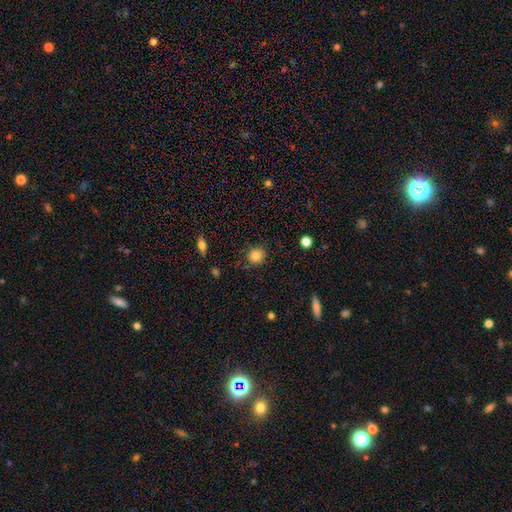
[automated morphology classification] The model was most divided on "merging": none: 83%, minor disturbance: 13%, major disturbance: 3%, merger: 2%. More confident: how rounded — round (88%); smooth or featured — smooth (83%).